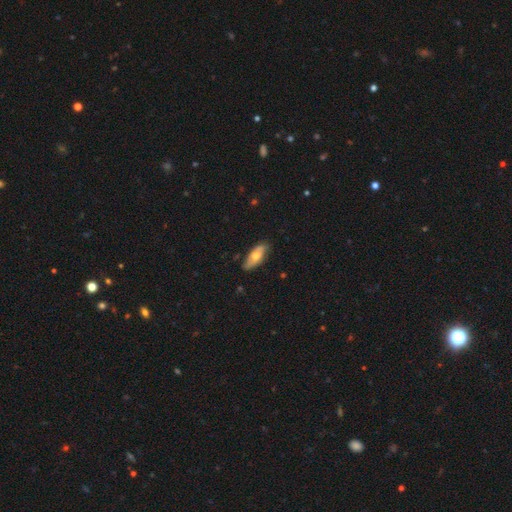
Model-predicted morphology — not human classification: Smooth or featured: smooth — 54% (featured or disk — 40%)
How rounded: in between — 75% (cigar-shaped — 22%)
Merging: none — 79% (minor disturbance — 17%)